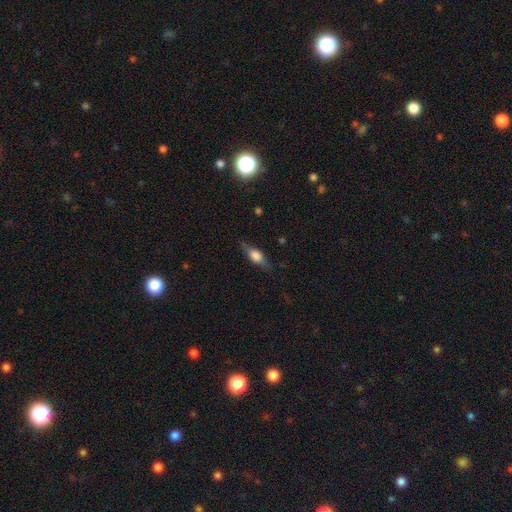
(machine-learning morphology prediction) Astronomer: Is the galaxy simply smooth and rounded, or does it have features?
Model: smooth — 50% (runner-up: featured or disk, 42%).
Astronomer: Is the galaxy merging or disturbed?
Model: none — 77%.